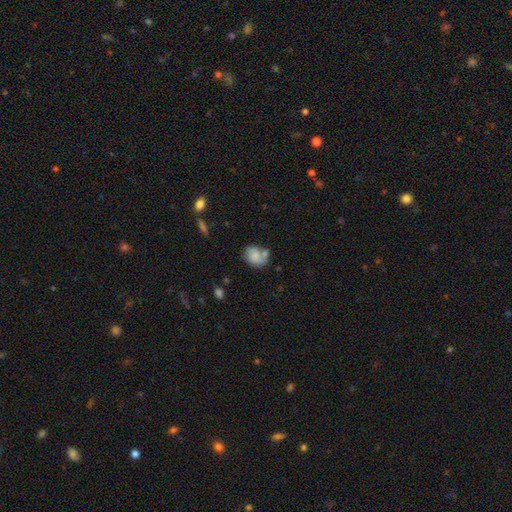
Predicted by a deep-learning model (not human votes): Smooth or featured? Predicted: smooth (p=0.65). How rounded? Predicted: in between (p=0.58). Merging? Predicted: none (p=0.37).